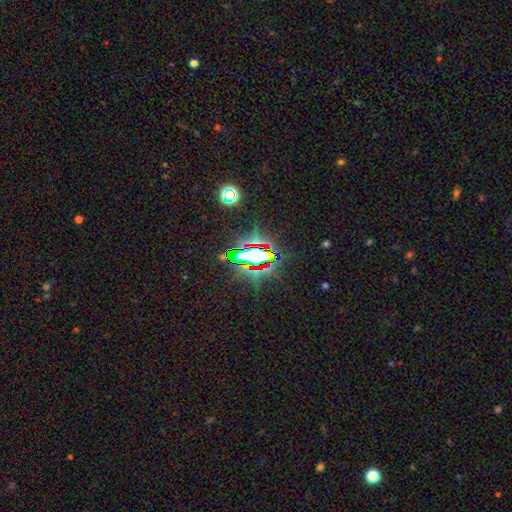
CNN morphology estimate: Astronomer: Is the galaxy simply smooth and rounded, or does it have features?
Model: star or artifact — 72%.